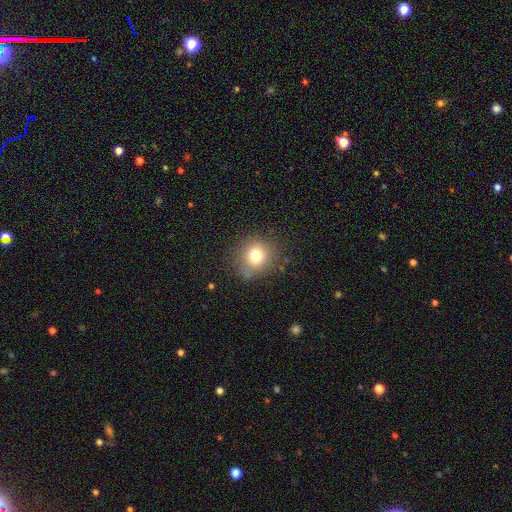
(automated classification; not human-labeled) Smooth or featured? smooth (76%)
How rounded? round (85%)
Merging? none (78%)